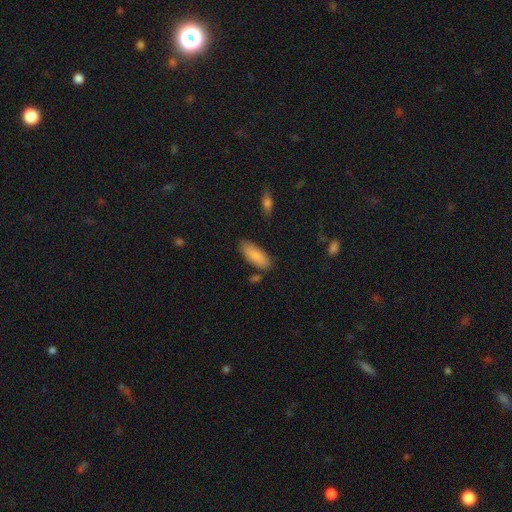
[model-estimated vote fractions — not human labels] This is clearly a smooth galaxy (85%). How rounded: likely in between (78%). Merging: likely none (80%).